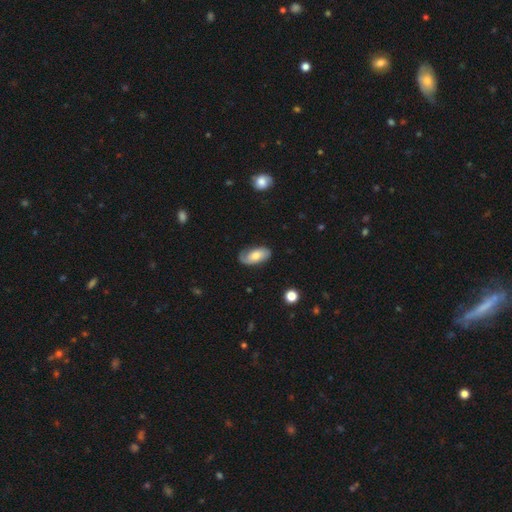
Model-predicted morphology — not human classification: Q: Smooth or featured?
A: smooth (50%); runner-up: featured or disk (44%)
Q: Merging?
A: none (72%); runner-up: minor disturbance (20%)